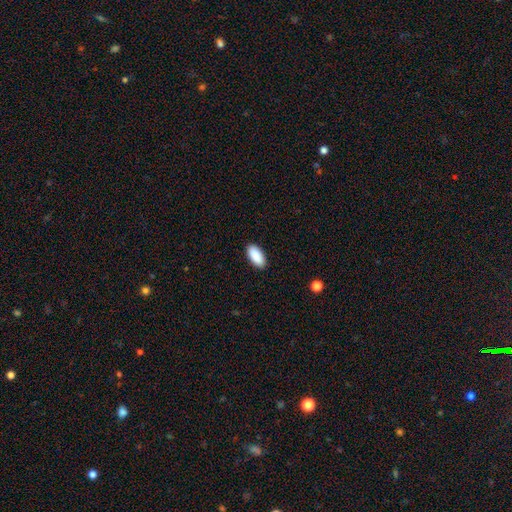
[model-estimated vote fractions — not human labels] Smooth or featured: smooth — 91% (star or artifact — 6%)
How rounded: in between — 92% (cigar-shaped — 6%)
Merging: none — 90% (minor disturbance — 7%)